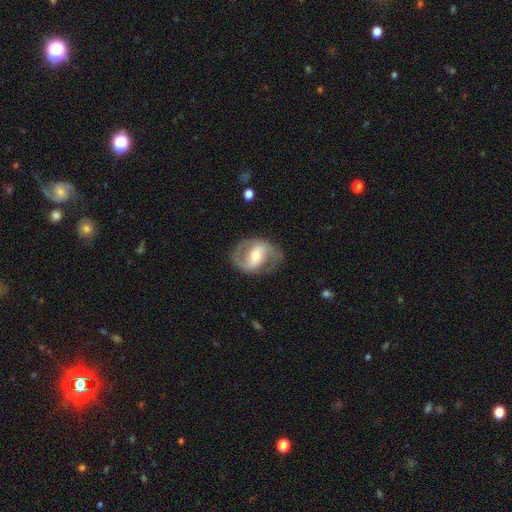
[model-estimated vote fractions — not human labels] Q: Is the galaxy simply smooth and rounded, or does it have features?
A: featured or disk — 79%.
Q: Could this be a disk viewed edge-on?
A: no — 97%.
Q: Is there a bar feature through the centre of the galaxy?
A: weak — 43%.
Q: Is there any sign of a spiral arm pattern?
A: yes — 88%.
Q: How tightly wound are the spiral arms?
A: medium — 52%.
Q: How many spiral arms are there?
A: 2 — 87%.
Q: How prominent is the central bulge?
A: moderate — 63%.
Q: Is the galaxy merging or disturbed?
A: none — 76%.